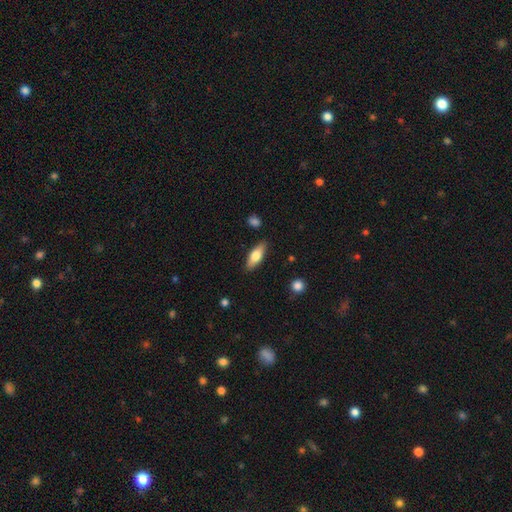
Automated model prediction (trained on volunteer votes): Q: Smooth or featured?
A: smooth (66%); runner-up: featured or disk (28%)
Q: How rounded?
A: in between (64%); runner-up: cigar-shaped (33%)
Q: Merging?
A: none (86%); runner-up: minor disturbance (10%)